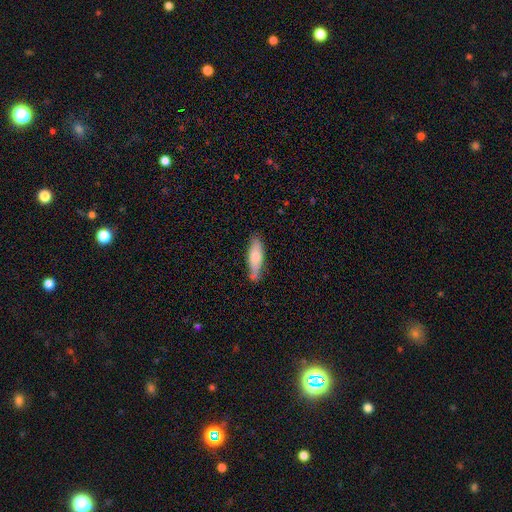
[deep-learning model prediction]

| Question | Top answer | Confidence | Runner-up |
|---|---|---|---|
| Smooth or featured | smooth | 65% | featured or disk (28%) |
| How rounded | cigar-shaped | 62% | in between (36%) |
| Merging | none | 74% | minor disturbance (20%) |